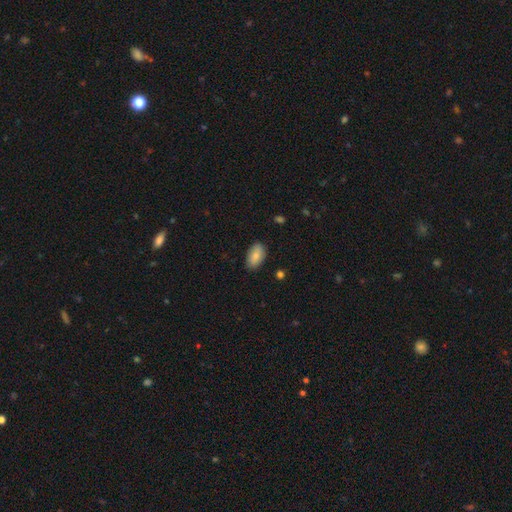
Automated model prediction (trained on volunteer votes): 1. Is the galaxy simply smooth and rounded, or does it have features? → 83% smooth, 11% featured or disk, 7% star or artifact.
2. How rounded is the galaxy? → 94% in between, 4% round, 3% cigar-shaped.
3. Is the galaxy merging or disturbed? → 84% none, 13% minor disturbance, 2% major disturbance, 1% merger.